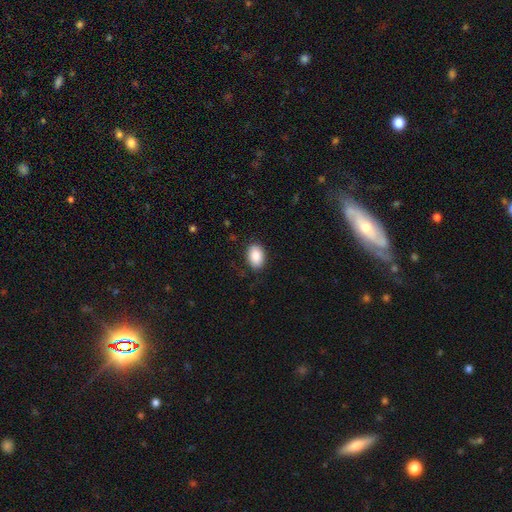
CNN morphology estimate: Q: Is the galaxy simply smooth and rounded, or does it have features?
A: smooth — 88%.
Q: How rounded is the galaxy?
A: in between — 84%.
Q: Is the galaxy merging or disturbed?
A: none — 85%.